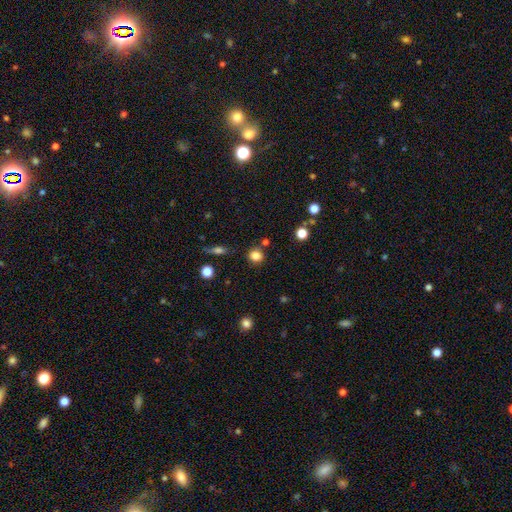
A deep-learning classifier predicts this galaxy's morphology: smooth-or-featured: smooth: 83% | star or artifact: 12% | featured or disk: 5%
  how-rounded: round: 82% | in between: 17% | cigar-shaped: 1%
  merging: none: 80% | minor disturbance: 10% | merger: 6% | major disturbance: 3%